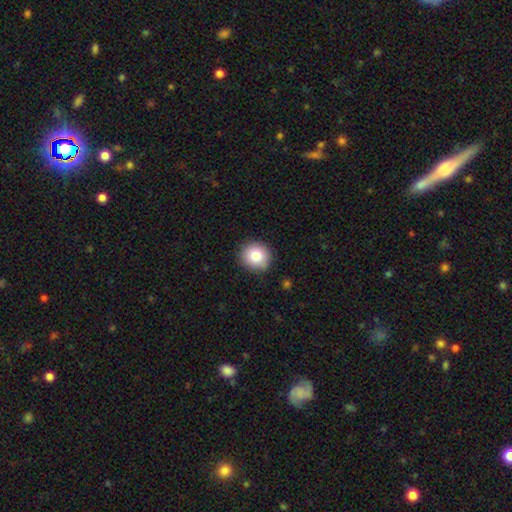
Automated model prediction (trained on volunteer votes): Smooth or featured?
  - smooth: 80% *
  - featured or disk: 10%
  - star or artifact: 10%
How rounded?
  - round: 90% *
  - in between: 9%
  - cigar-shaped: 1%
Merging?
  - none: 88% *
  - minor disturbance: 9%
  - major disturbance: 2%
  - merger: 1%